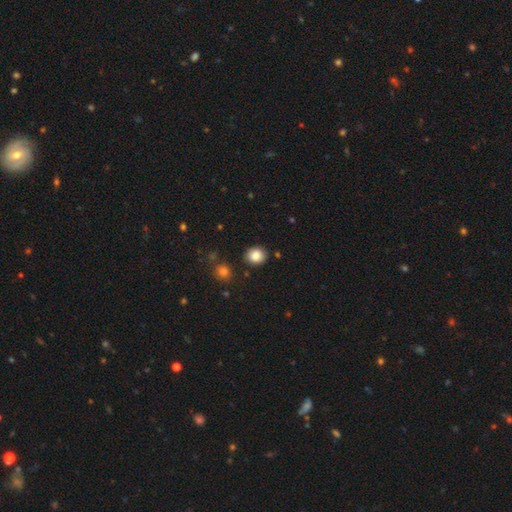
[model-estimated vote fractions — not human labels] smooth-or-featured: smooth: 86% | star or artifact: 9% | featured or disk: 5%
  how-rounded: round: 72% | in between: 27% | cigar-shaped: 1%
  merging: none: 88% | minor disturbance: 7% | merger: 2% | major disturbance: 2%